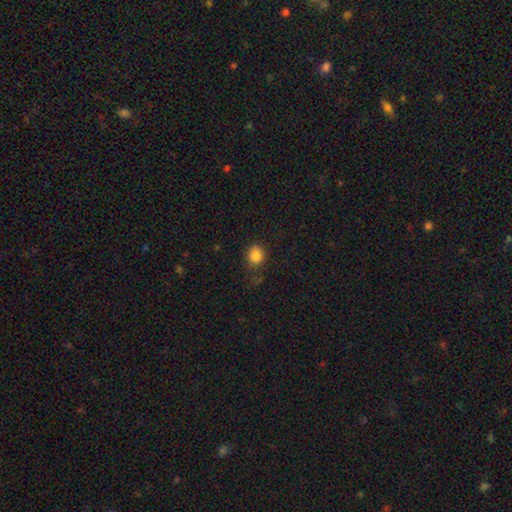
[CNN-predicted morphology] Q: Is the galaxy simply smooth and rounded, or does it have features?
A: smooth — 85%.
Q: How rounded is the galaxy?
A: round — 70%.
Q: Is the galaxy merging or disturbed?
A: none — 76%.